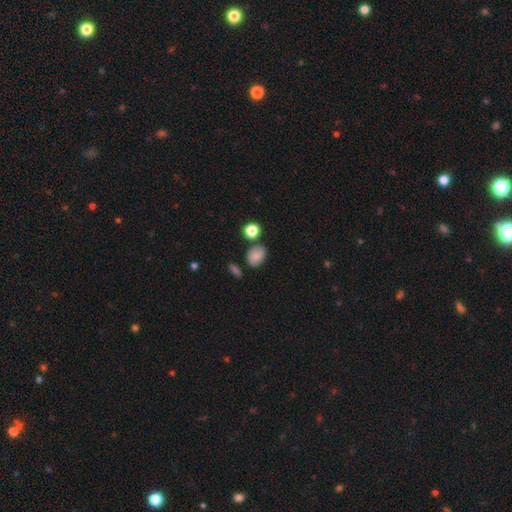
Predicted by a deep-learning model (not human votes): Morphology: type=smooth (79%); roundness=in between (67%); merging=none (69%).